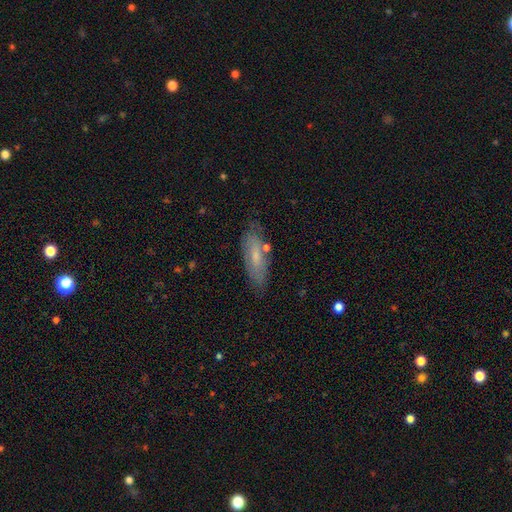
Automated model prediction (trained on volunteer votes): This appears to be a smooth galaxy with no disk features (54%) that is in between round and cigar-shaped (55%). Merging: none (76%).